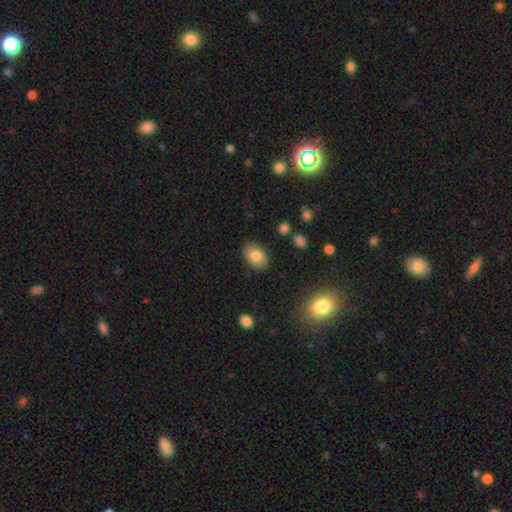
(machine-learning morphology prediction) This appears to be a smooth galaxy with no disk features (81%) that is in between round and cigar-shaped (84%). Merging: none (84%).